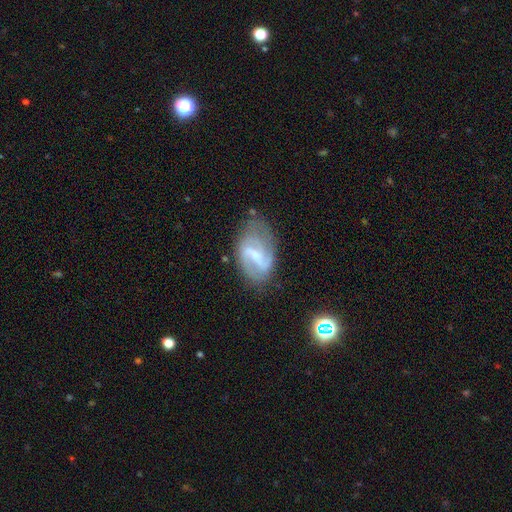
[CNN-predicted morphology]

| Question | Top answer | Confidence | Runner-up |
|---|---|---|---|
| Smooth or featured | featured or disk | 78% | smooth (15%) |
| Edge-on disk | no | 97% | yes (3%) |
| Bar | weak | 47% | strong (39%) |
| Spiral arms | yes | 91% | no (9%) |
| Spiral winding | medium | 45% | loose (32%) |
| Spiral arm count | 2 | 76% | can't tell (11%) |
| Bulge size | small | 40% | none (36%) |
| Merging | none | 63% | minor disturbance (23%) |